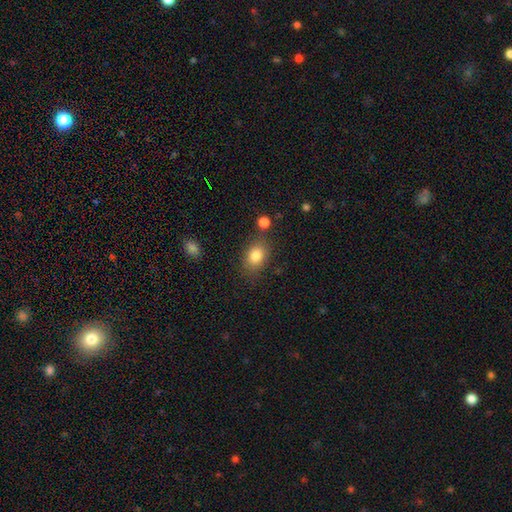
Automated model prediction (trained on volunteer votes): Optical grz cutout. It shows a smooth galaxy with no disk features (83%) that is in between round and cigar-shaped (75%). Merging: none (72%).